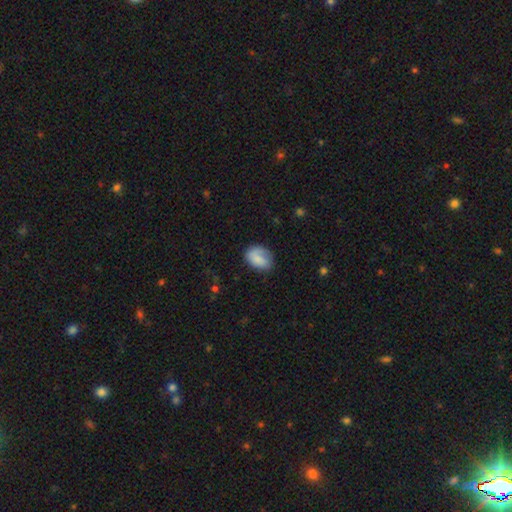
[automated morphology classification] The model was most divided on "merging": none: 62%, minor disturbance: 25%, major disturbance: 11%, merger: 2%. More confident: smooth or featured — smooth (76%); how rounded — in between (72%).